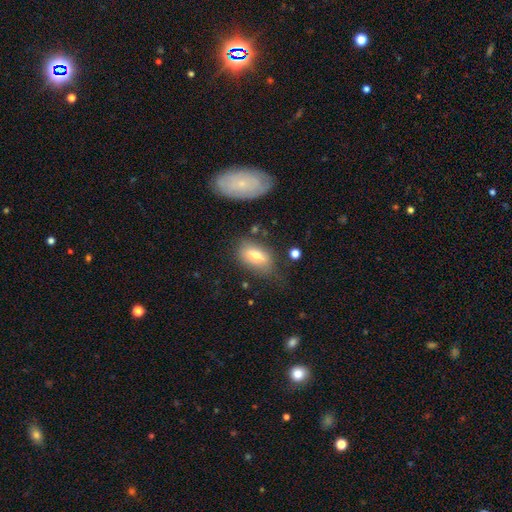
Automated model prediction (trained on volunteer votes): Smooth or featured: smooth — 69% (featured or disk — 23%)
How rounded: in between — 87% (cigar-shaped — 8%)
Merging: none — 65% (minor disturbance — 23%)